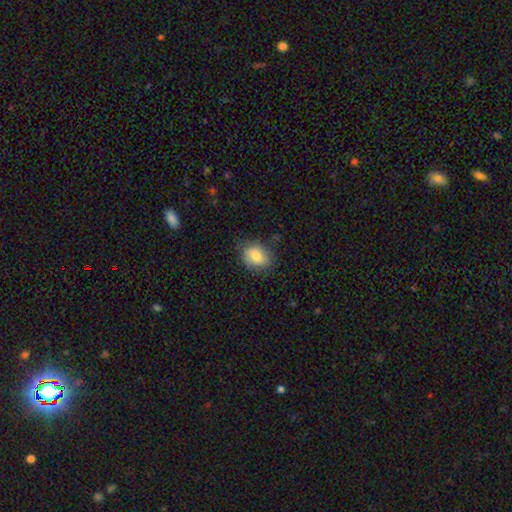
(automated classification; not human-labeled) smooth_or_featured: smooth (p=0.80) [alt: featured or disk p=0.12]
how_rounded: in between (p=0.60) [alt: round p=0.39]
merging: none (p=0.73) [alt: minor disturbance p=0.21]